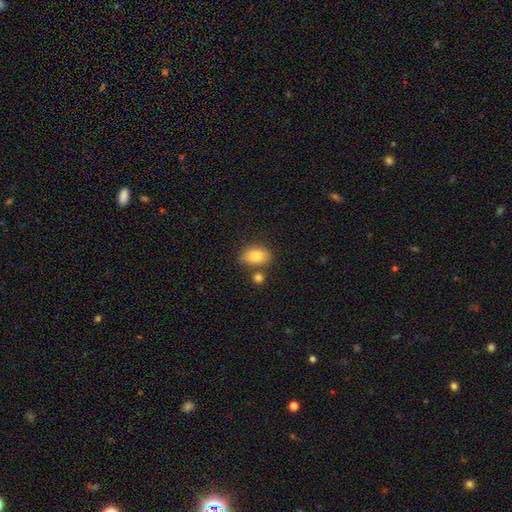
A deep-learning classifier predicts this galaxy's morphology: Overall: smooth (85%). How rounded: in between (86%). Merging: none (65%).